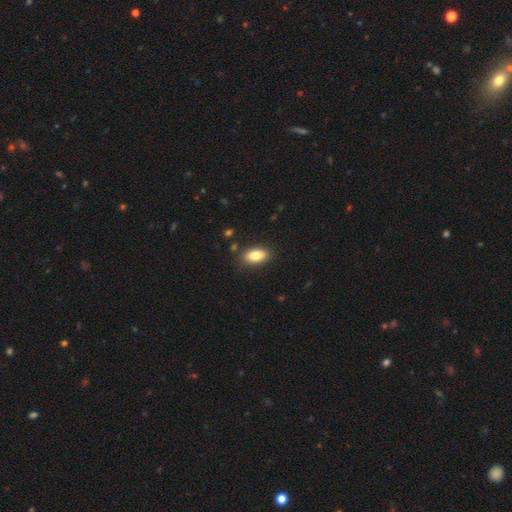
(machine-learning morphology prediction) Smooth or featured: smooth — 83% (featured or disk — 10%)
How rounded: in between — 89% (cigar-shaped — 7%)
Merging: none — 86% (minor disturbance — 10%)